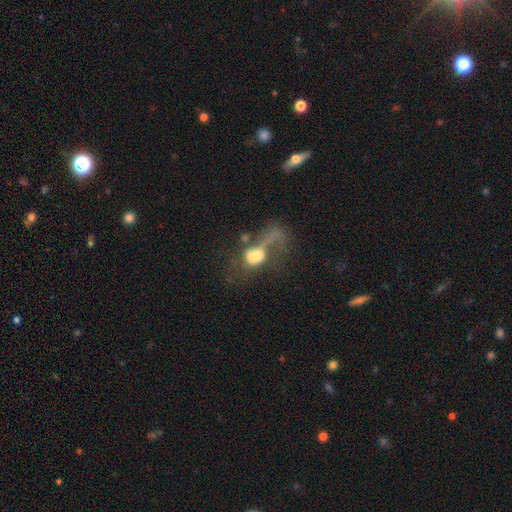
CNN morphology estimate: This is possibly a smooth galaxy (51%). How rounded: possibly in between (54%). Merging: possibly major disturbance (59%).